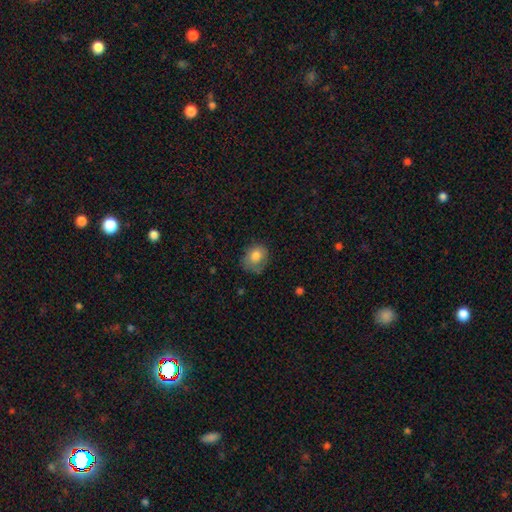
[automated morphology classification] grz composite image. It shows a smooth galaxy with no disk features (77%) that is round (57%). Merging: none (62%).